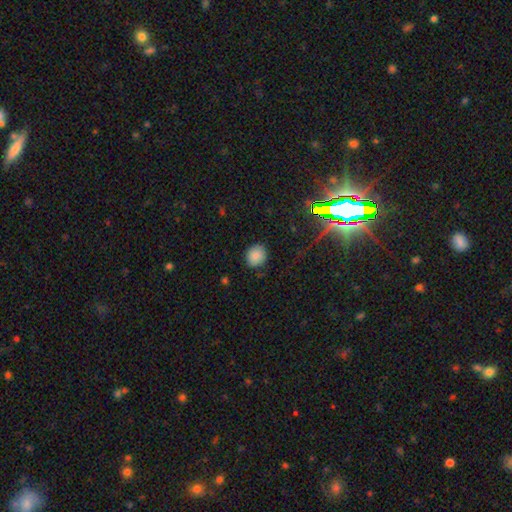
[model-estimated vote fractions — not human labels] This appears to be a smooth galaxy with no disk features (83%) that is round (73%). Merging: none (85%).